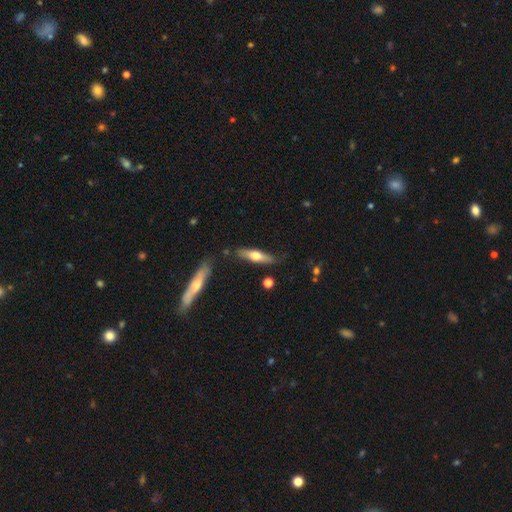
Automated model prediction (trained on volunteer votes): A smooth galaxy with no disk features (50%).

Vote fractions:
- Smooth or featured? smooth: 50% / featured or disk: 45% / star or artifact: 5%
- Merging? none: 80% / minor disturbance: 13% / merger: 4% / major disturbance: 3%